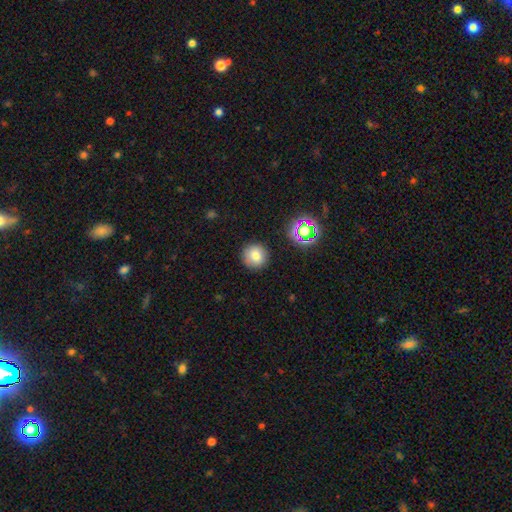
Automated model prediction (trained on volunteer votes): A smooth galaxy with no disk features (75%) that is round (95%).

Vote fractions:
- Smooth or featured? smooth: 75% / star or artifact: 15% / featured or disk: 9%
- How rounded? round: 95% / in between: 4% / cigar-shaped: 1%
- Merging? none: 89% / minor disturbance: 7% / major disturbance: 2% / merger: 2%